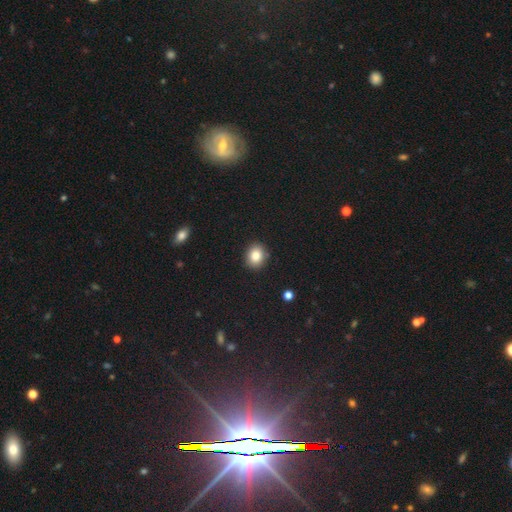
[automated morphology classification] smooth 83%, star or artifact 10%, featured or disk 7%. Down the decision tree: how rounded — round (65%); merging — none (89%).